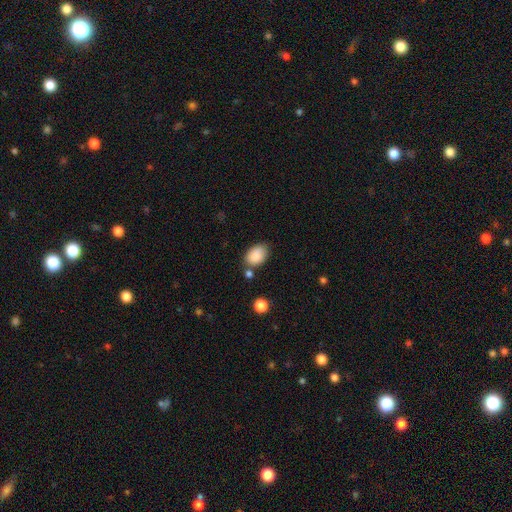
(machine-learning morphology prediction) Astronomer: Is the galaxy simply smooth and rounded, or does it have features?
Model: smooth — 87%.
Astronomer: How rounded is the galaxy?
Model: in between — 84%.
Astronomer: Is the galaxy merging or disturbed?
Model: none — 67%.